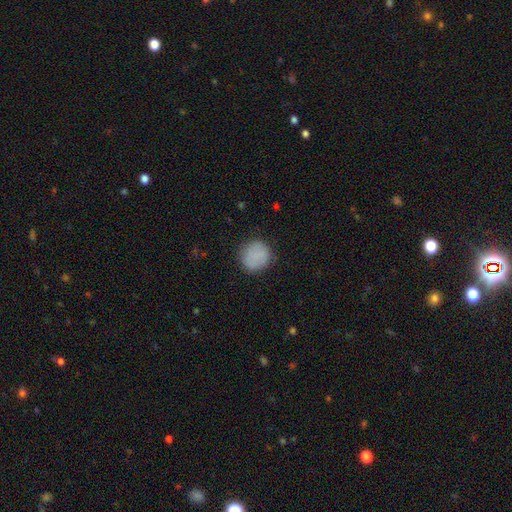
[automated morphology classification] type=smooth (84%); roundness=round (89%); merging=none (83%).